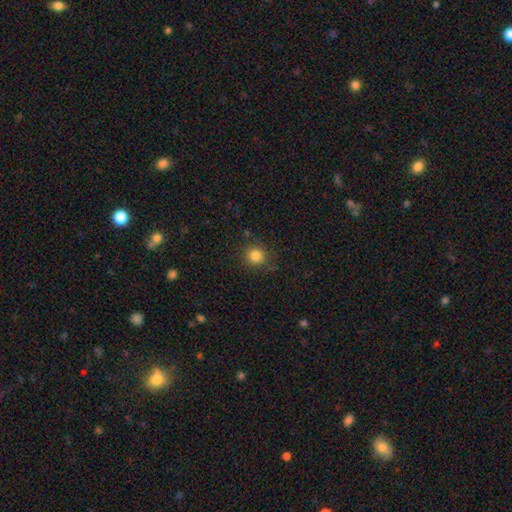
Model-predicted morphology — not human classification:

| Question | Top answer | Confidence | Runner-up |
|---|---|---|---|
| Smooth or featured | smooth | 84% | star or artifact (11%) |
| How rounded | round | 92% | in between (7%) |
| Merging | none | 85% | minor disturbance (10%) |